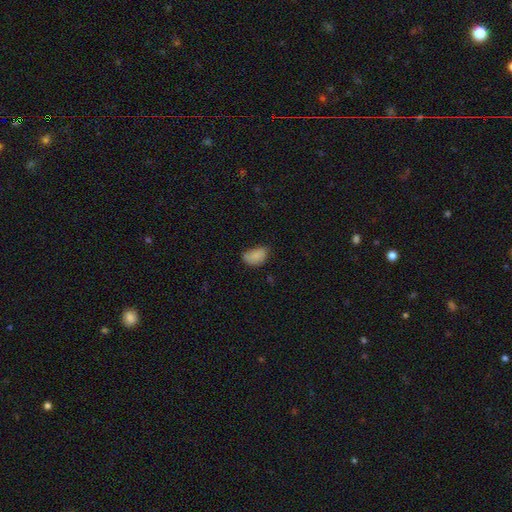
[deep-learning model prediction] The model was most divided on "merging": none: 50%, minor disturbance: 37%, major disturbance: 10%, merger: 3%. More confident: how rounded — in between (88%); smooth or featured — smooth (83%).